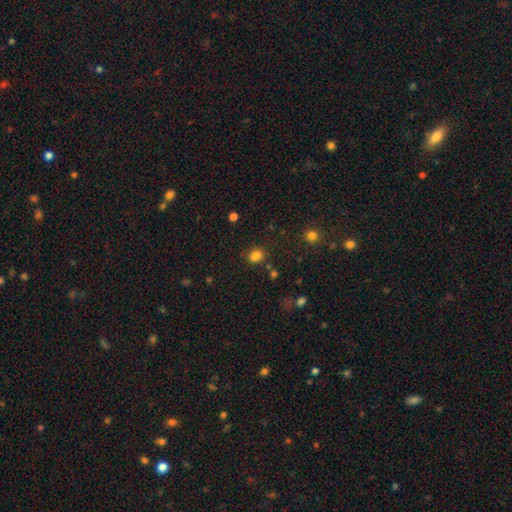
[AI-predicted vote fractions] Overall: smooth (81%). How rounded: round (52%; in between 47%). Merging: none (77%).